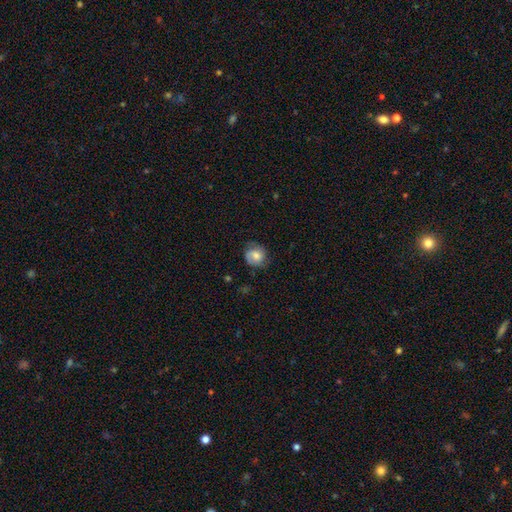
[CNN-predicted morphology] Overall: smooth (57%; featured or disk 35%). How rounded: round (80%). Merging: none (68%).